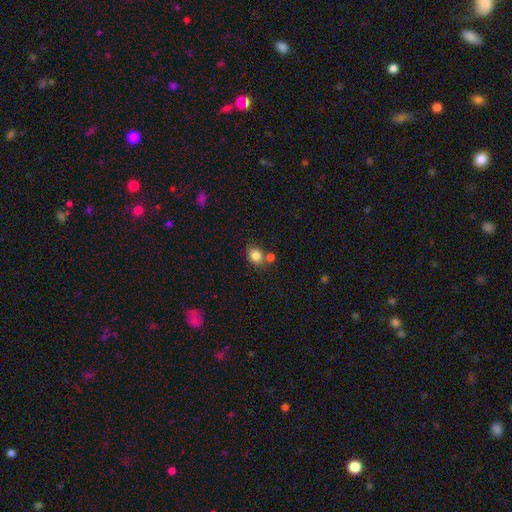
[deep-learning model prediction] This is clearly a smooth galaxy (83%). How rounded: possibly round (53%). Merging: likely none (61%).